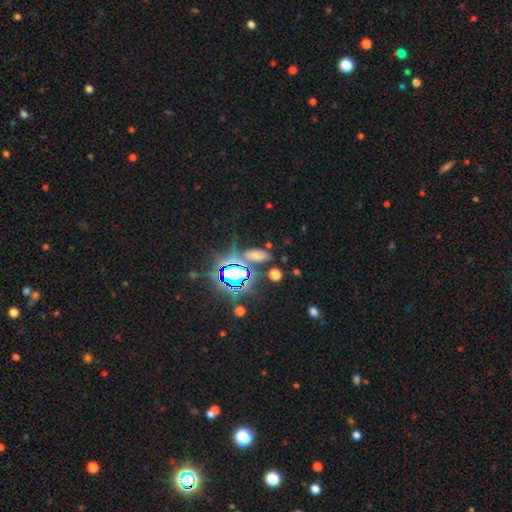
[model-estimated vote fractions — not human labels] Q: Smooth or featured?
A: smooth (49%); runner-up: star or artifact (39%)
Q: Merging?
A: none (73%); runner-up: minor disturbance (13%)